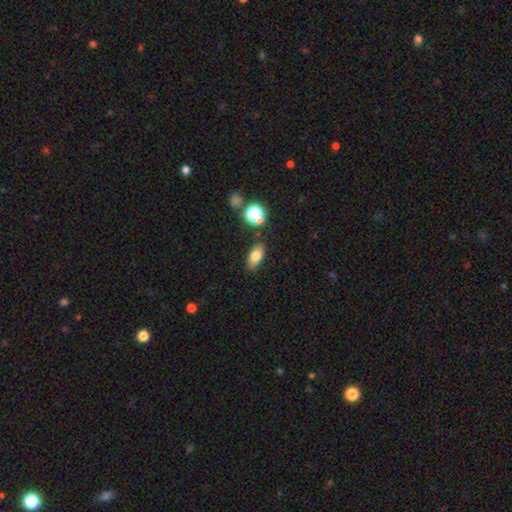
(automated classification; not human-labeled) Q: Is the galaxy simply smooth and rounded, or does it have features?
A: smooth — 75%.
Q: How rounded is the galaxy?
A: in between — 84%.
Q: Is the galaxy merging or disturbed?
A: none — 83%.